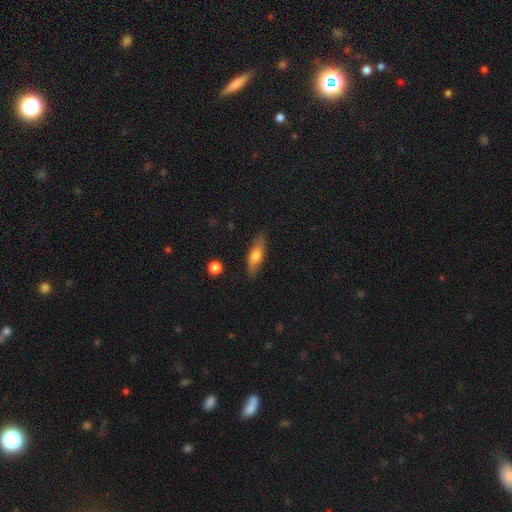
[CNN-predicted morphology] smooth_or_featured: smooth (p=0.60) [alt: featured or disk p=0.33]
how_rounded: cigar-shaped (p=0.51) [alt: in between p=0.46]
merging: none (p=0.83) [alt: minor disturbance p=0.13]